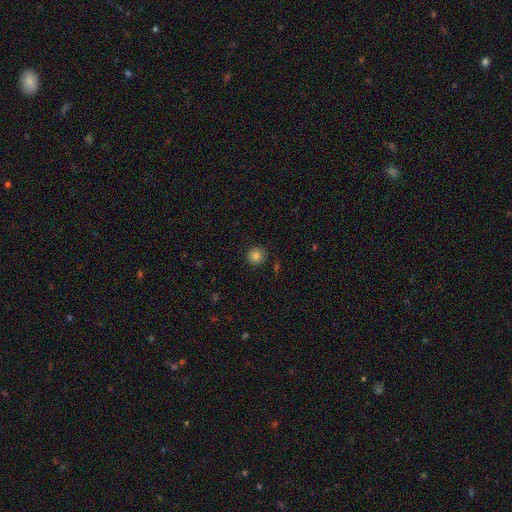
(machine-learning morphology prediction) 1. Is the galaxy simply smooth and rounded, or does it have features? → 84% smooth, 12% star or artifact, 5% featured or disk.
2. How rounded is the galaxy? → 91% round, 8% in between, 1% cigar-shaped.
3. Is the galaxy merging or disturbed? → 89% none, 8% minor disturbance, 2% major disturbance, 2% merger.